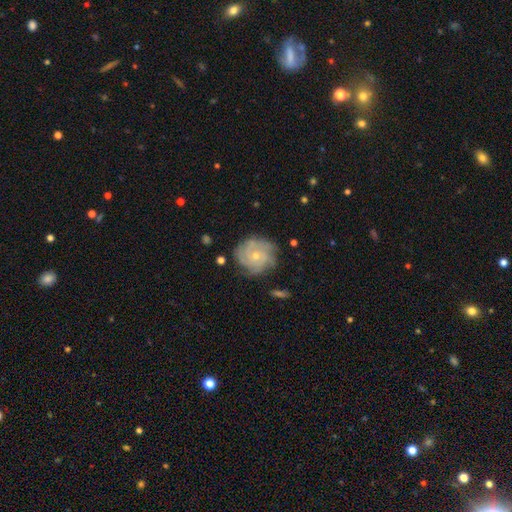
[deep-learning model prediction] Smooth or featured?
  - featured or disk: 80% *
  - smooth: 13%
  - star or artifact: 6%
Edge-on disk?
  - no: 98% *
  - yes: 2%
Bar?
  - no: 79% *
  - weak: 18%
  - strong: 3%
Spiral arms?
  - yes: 95% *
  - no: 5%
Spiral winding?
  - tight: 70% *
  - medium: 25%
  - loose: 6%
Spiral arm count?
  - can't tell: 26% * (tied)
  - 3: 26% * (tied)
  - 4: 25%
  - 2: 10%
  - more than 4: 7%
  - 1: 6%
Bulge size?
  - small: 67% *
  - moderate: 30%
  - none: 1%
  - large: 1%
  - dominant: 1%
Merging?
  - none: 76% *
  - minor disturbance: 17%
  - major disturbance: 6%
  - merger: 2%